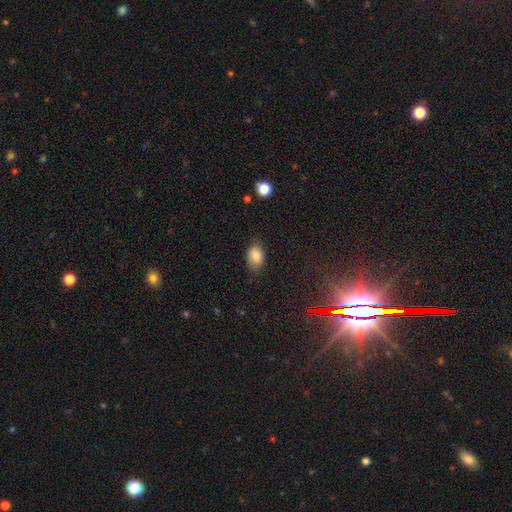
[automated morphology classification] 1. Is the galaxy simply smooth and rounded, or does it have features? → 84% smooth, 9% star or artifact, 7% featured or disk.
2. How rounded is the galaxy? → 83% in between, 16% round, 1% cigar-shaped.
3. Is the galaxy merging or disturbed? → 71% none, 23% minor disturbance, 5% major disturbance, 1% merger.